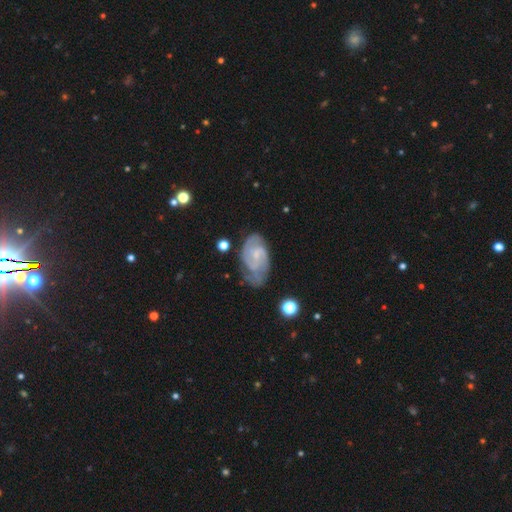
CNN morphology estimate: Smooth or featured? featured or disk (78%)
Edge-on disk? no (97%)
Bar? weak (48%)
Spiral arms? yes (93%)
Spiral winding? tight (47%)
Spiral arm count? 2 (54%)
Bulge size? small (62%)
Merging? none (54%)